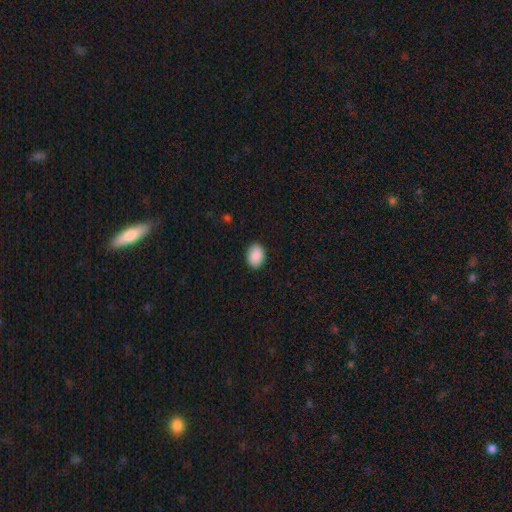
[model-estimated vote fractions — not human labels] A smooth galaxy with no disk features (90%) that is in between round and cigar-shaped (73%). Merging: none (89%).